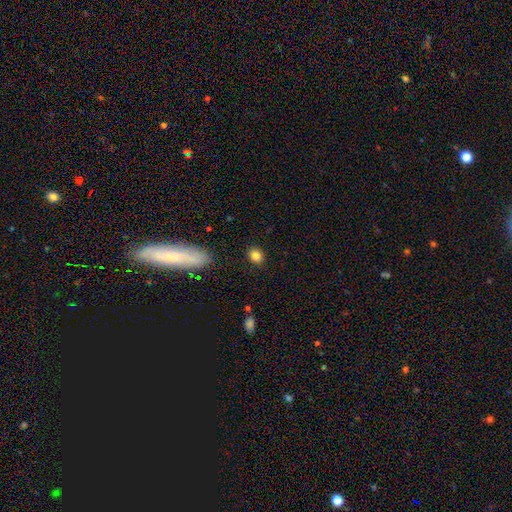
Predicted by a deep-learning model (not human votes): Smooth or featured: smooth — 84% (star or artifact — 11%)
How rounded: round — 61% (in between — 38%)
Merging: none — 88% (minor disturbance — 8%)